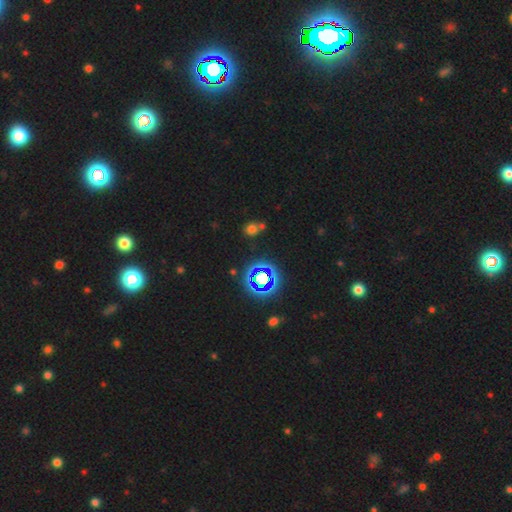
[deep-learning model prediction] A star or artifact, not a galaxy (72%).

Vote fractions:
- Smooth or featured? star or artifact: 72% / smooth: 20% / featured or disk: 8%